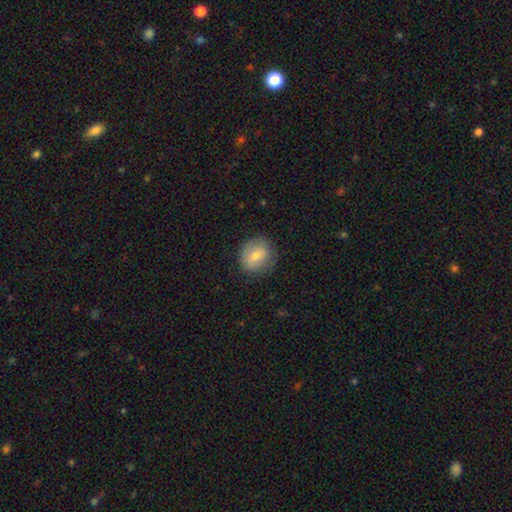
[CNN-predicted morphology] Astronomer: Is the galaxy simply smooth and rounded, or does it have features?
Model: smooth — 66%.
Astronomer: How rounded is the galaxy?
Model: round — 75%.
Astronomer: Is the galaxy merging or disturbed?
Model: none — 83%.